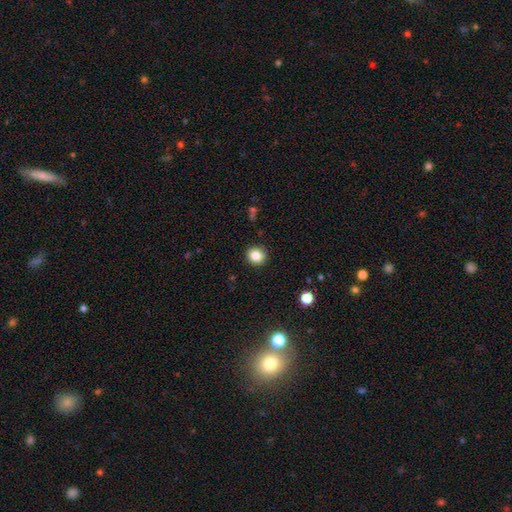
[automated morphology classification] type=smooth (84%); roundness=round (88%); merging=none (91%).